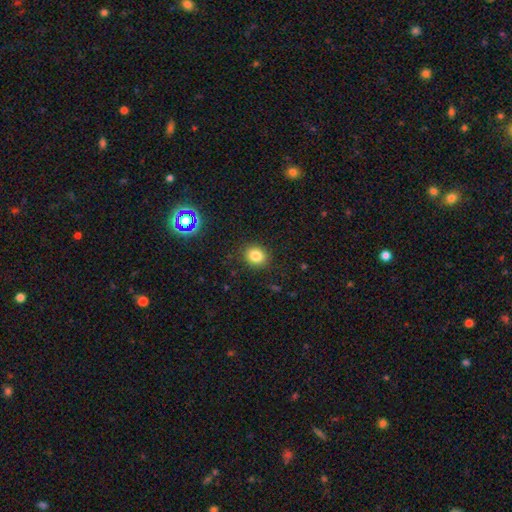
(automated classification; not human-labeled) This appears to be a smooth galaxy with no disk features (82%) that is round (69%). Merging: none (89%).